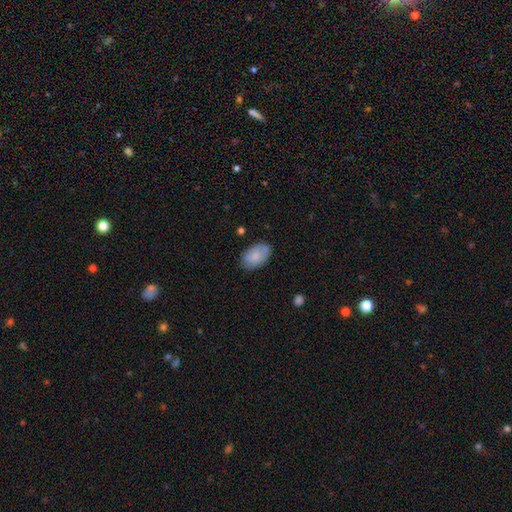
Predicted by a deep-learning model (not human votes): Q: Smooth or featured?
A: smooth (79%); runner-up: featured or disk (14%)
Q: How rounded?
A: in between (92%); runner-up: round (7%)
Q: Merging?
A: none (77%); runner-up: minor disturbance (17%)